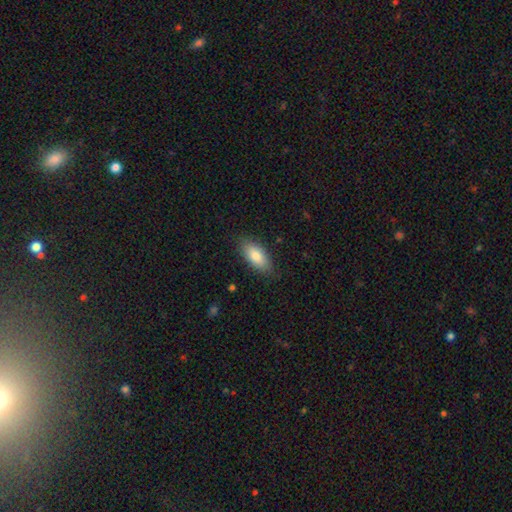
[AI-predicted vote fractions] This appears to be a smooth galaxy with no disk features (85%) that is in between round and cigar-shaped (88%). Merging: none (84%).